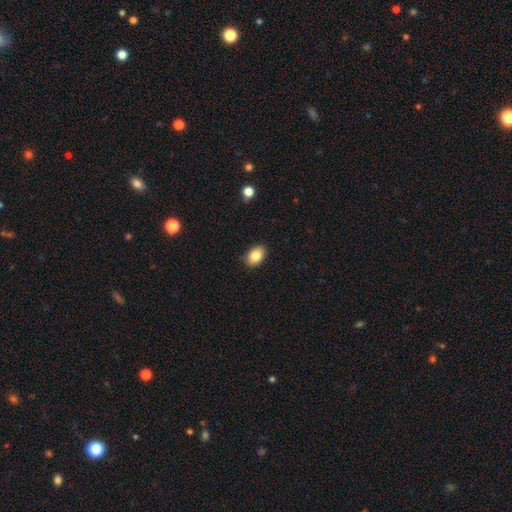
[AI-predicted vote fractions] This is clearly a smooth galaxy (84%). How rounded: clearly in between (84%). Merging: clearly none (87%).